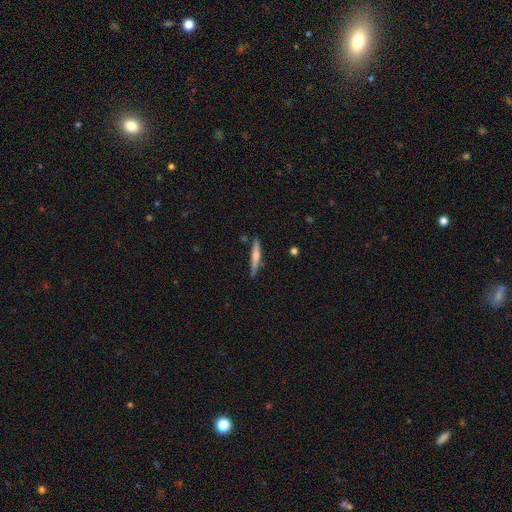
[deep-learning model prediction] Overall: smooth (49%; featured or disk 45%). Merging: none (83%).